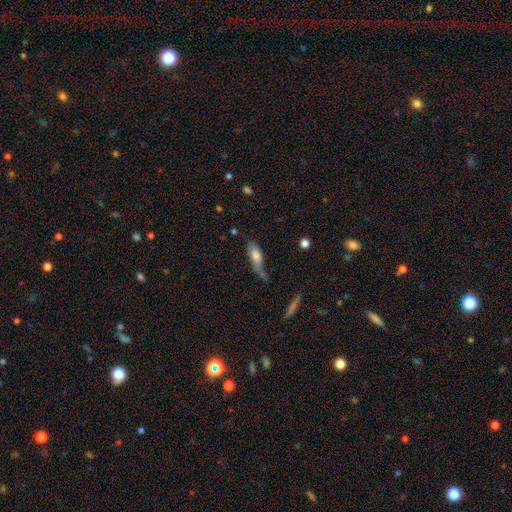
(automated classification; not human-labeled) Morphology: type=smooth (70%); roundness=in between (62%); merging=none (37%).